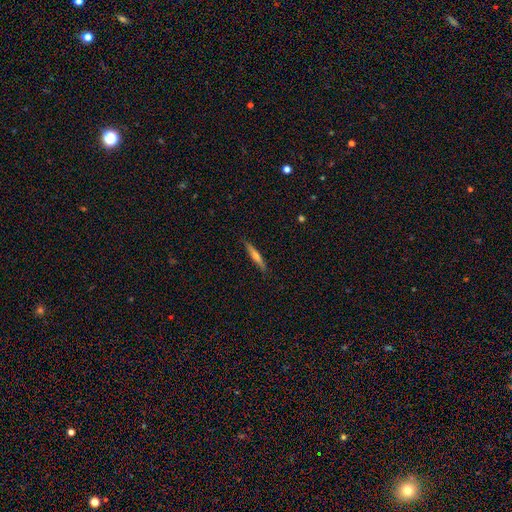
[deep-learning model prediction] Overall: featured or disk (51%; smooth 43%). Edge-on disk: yes (96%). Merging: none (89%).